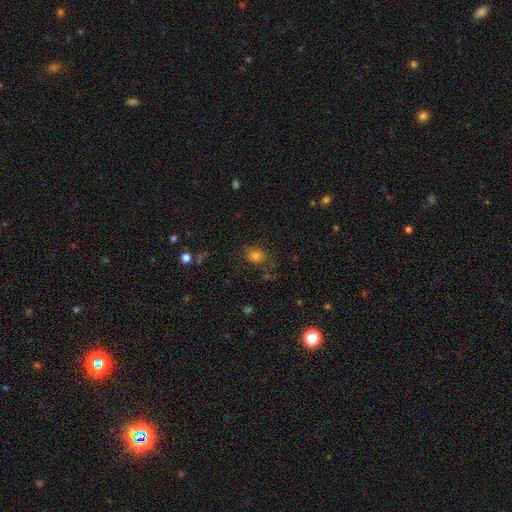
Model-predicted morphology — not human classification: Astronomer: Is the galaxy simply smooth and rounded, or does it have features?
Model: smooth — 76%.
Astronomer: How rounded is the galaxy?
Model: round — 53% (runner-up: in between, 46%).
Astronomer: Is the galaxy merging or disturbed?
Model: none — 77%.